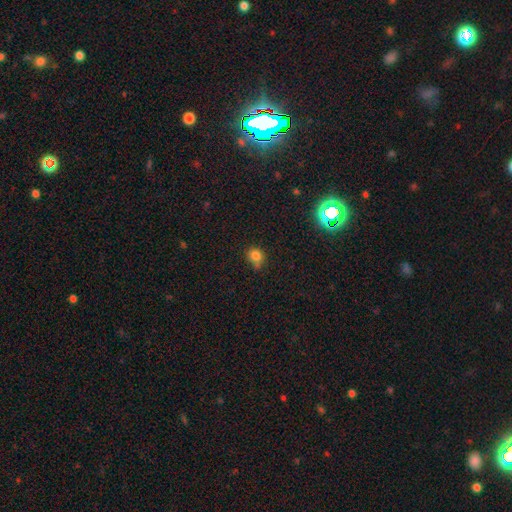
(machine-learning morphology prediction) Smooth or featured? Predicted: smooth (p=0.79). How rounded? Predicted: round (p=0.77). Merging? Predicted: none (p=0.62).